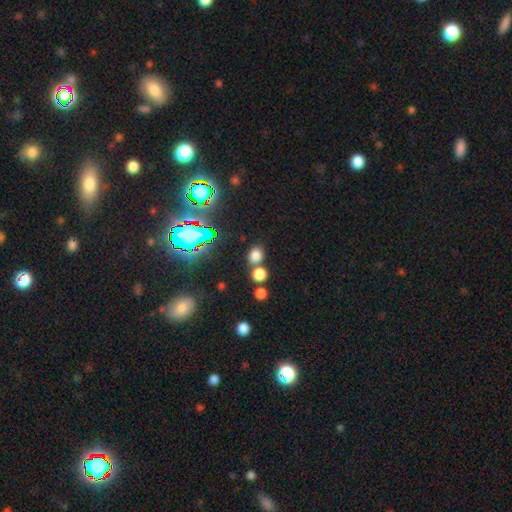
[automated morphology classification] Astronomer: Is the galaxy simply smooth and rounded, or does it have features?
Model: smooth — 71%.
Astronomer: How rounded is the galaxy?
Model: round — 70%.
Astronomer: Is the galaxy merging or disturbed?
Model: none — 65%.